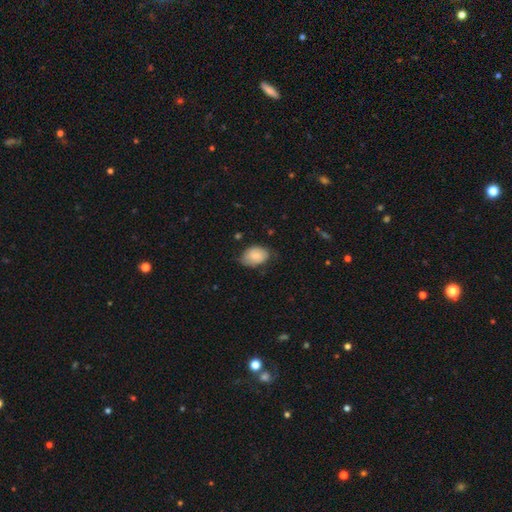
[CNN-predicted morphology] The model was most divided on "merging": none: 58%, minor disturbance: 33%, major disturbance: 8%, merger: 1%. More confident: how rounded — in between (83%); smooth or featured — smooth (73%).